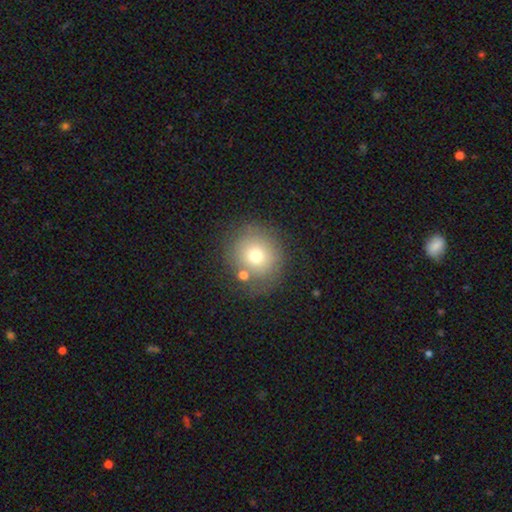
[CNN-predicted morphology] A smooth galaxy with no disk features (70%) that is round (89%). Merging: none (74%).